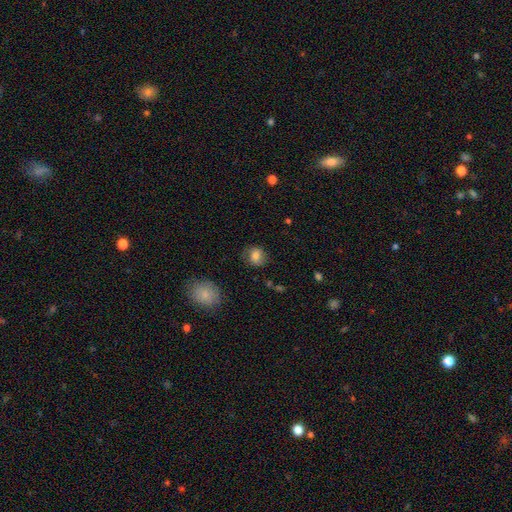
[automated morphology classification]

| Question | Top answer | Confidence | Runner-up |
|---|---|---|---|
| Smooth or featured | smooth | 75% | featured or disk (15%) |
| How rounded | round | 75% | in between (24%) |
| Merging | none | 76% | minor disturbance (17%) |